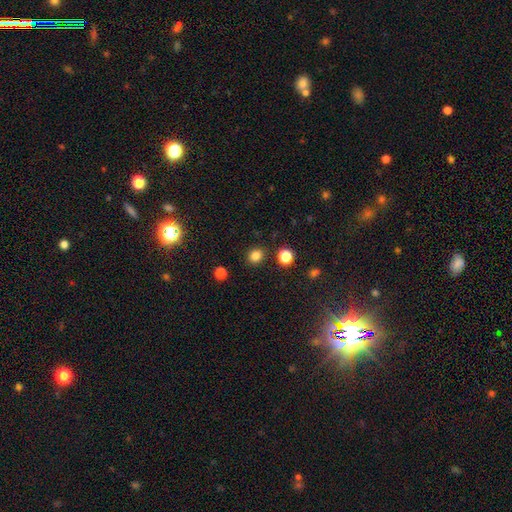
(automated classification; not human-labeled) A smooth galaxy with no disk features (81%) that is round (77%). Merging: none (89%).